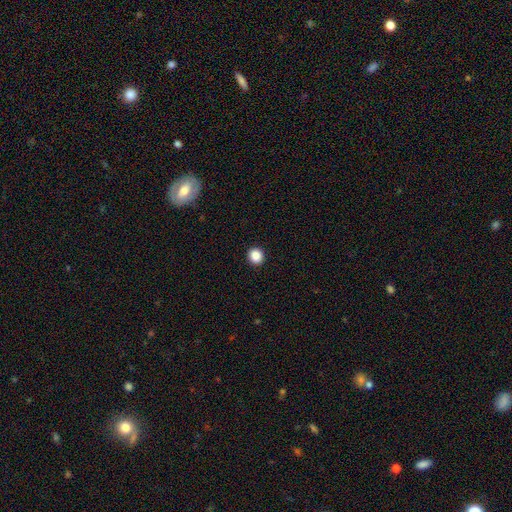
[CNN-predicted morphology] Smooth or featured: smooth — 88% (star or artifact — 10%)
How rounded: round — 89% (in between — 10%)
Merging: none — 93% (minor disturbance — 5%)